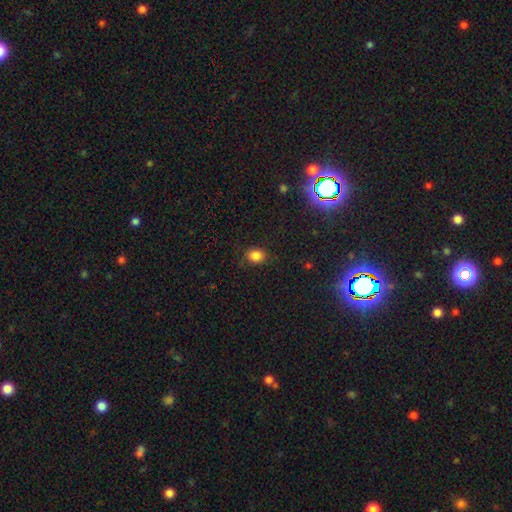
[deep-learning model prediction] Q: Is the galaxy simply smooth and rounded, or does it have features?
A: smooth — 83%.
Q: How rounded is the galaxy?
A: round — 52%.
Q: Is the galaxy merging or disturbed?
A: none — 81%.